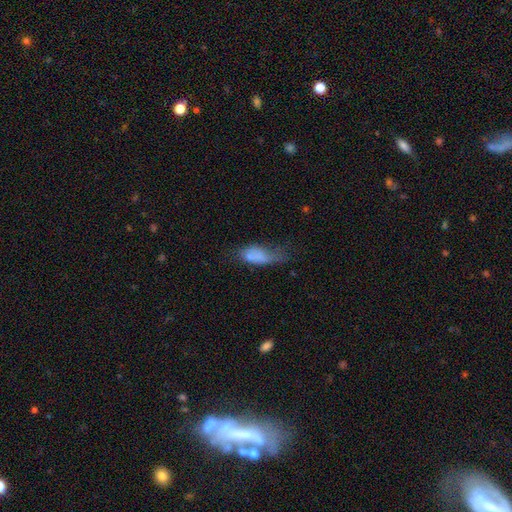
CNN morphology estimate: smooth_or_featured: smooth (p=0.69) [alt: featured or disk p=0.20]
how_rounded: in between (p=0.77) [alt: cigar-shaped p=0.19]
merging: major disturbance (p=0.39) [alt: minor disturbance p=0.31]